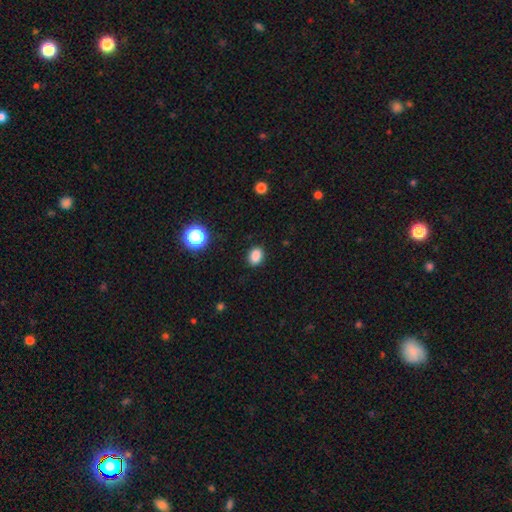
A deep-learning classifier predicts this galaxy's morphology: Overall: smooth (86%). How rounded: in between (65%; round 34%). Merging: none (88%).